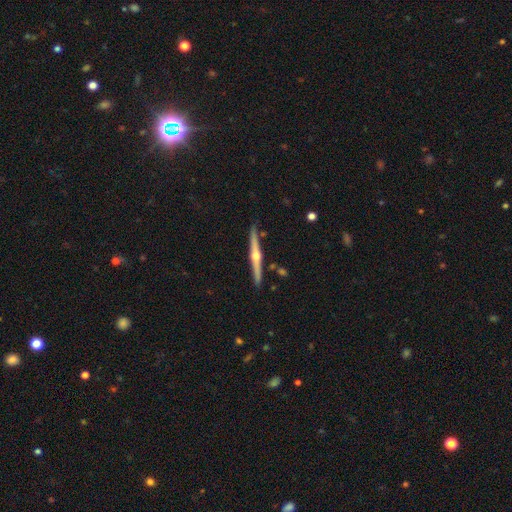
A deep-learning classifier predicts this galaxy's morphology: smooth-or-featured: featured or disk: 79% | smooth: 16% | star or artifact: 5%
  disk-edge-on: yes: 98% | no: 2%
    edge-on-bulge: rounded: 93% | none: 4% | boxy: 3%
  merging: none: 89% | minor disturbance: 8% | merger: 2% | major disturbance: 1%